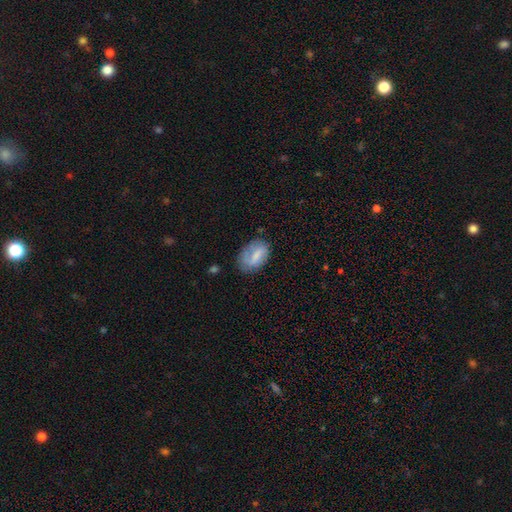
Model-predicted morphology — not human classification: This is likely a smooth galaxy (67%). How rounded: clearly in between (88%). Merging: likely none (61%).